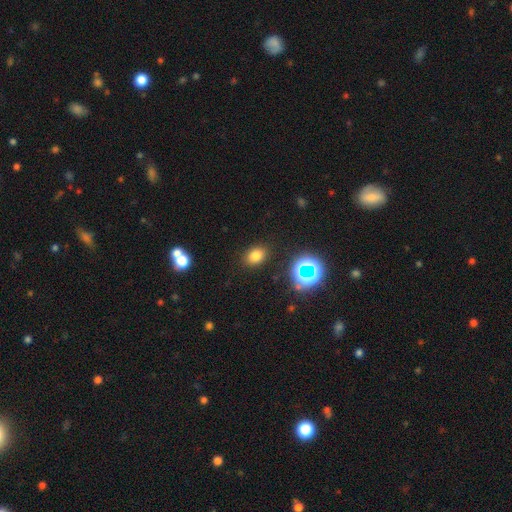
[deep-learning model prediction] A smooth galaxy with no disk features (76%) that is in between round and cigar-shaped (67%).

Vote fractions:
- Smooth or featured? smooth: 76% / star or artifact: 17% / featured or disk: 7%
- How rounded? in between: 67% / round: 32% / cigar-shaped: 1%
- Merging? none: 87% / minor disturbance: 8% / major disturbance: 3% / merger: 2%